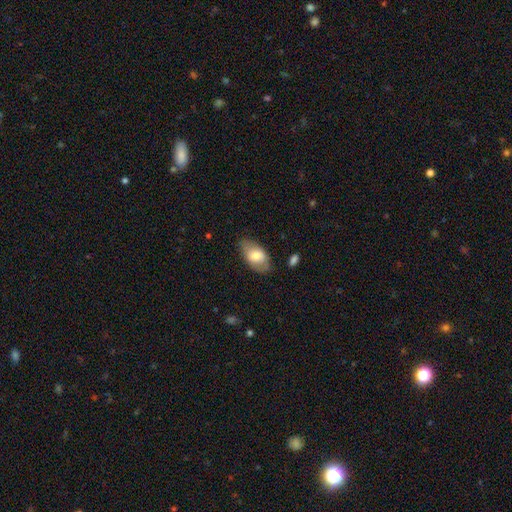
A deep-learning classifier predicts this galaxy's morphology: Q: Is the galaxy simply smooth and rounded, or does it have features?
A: smooth — 65%.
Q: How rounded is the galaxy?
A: in between — 92%.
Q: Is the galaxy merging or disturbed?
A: none — 72%.